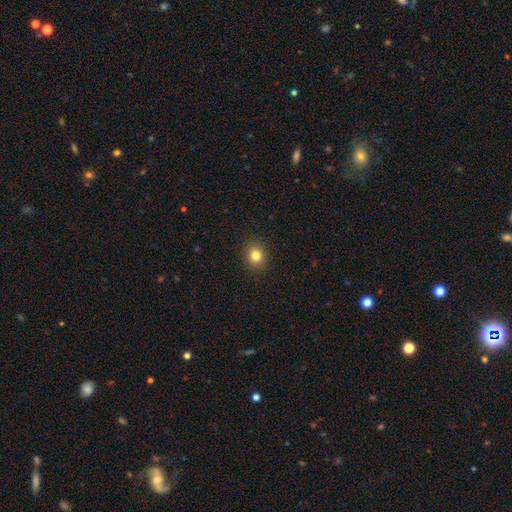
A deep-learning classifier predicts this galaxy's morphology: smooth 82%, star or artifact 12%, featured or disk 6%. Down the decision tree: how rounded — round (73%); merging — none (91%).